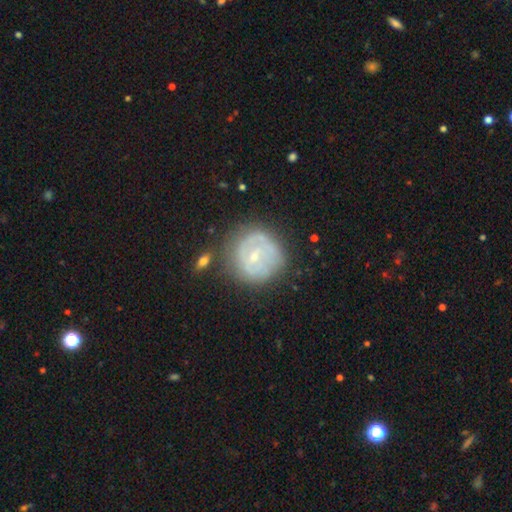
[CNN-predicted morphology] smooth-or-featured: featured or disk: 61% | smooth: 32% | star or artifact: 8%
  disk-edge-on: no: 97% | yes: 3%
    bar: weak: 45% | no: 43% | strong: 12%
    has-spiral-arms: yes: 57% | no: 43%
    bulge-size: small: 65% | moderate: 29% | none: 4% | large: 1% | dominant: 1%
  merging: none: 66% | minor disturbance: 21% | major disturbance: 10% | merger: 4%